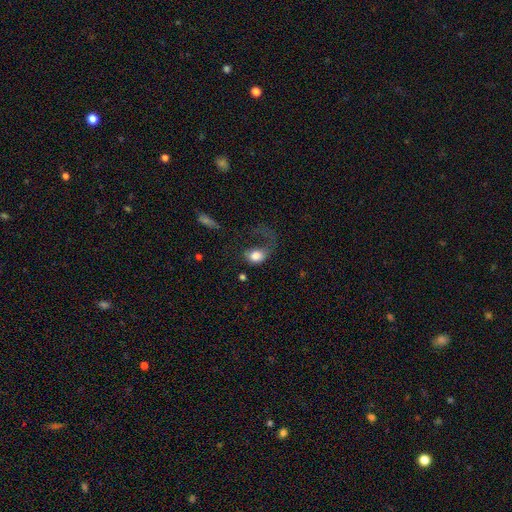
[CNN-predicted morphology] Smooth or featured? smooth (67%)
How rounded? in between (54%)
Merging? major disturbance (64%)